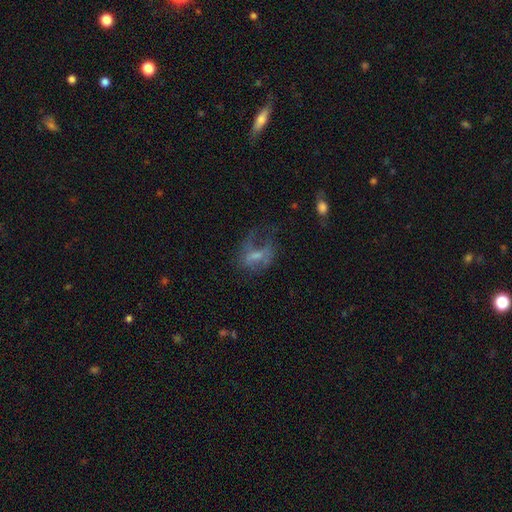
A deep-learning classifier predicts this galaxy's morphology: type=featured or disk (49%); merging=major disturbance (40%).